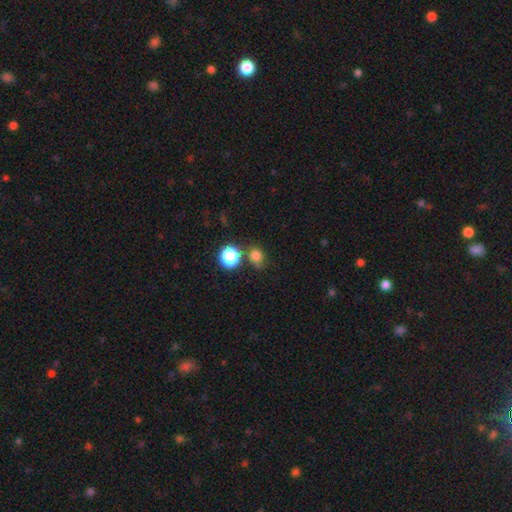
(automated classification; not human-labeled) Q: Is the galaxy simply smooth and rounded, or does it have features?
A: smooth — 76%.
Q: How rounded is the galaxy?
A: round — 75%.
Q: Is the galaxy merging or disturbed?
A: none — 68%.